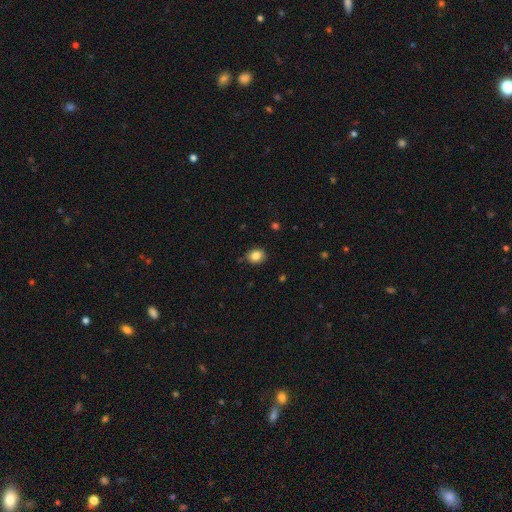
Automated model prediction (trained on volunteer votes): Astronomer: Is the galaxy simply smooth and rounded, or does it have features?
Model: smooth — 85%.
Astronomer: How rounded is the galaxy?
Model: round — 55% (runner-up: in between, 44%).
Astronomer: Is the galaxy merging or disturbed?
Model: none — 83%.